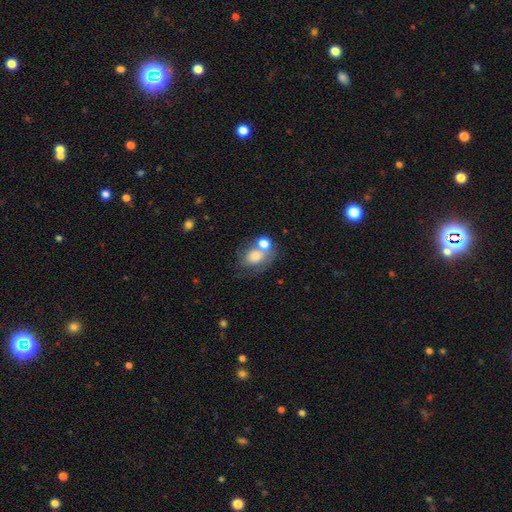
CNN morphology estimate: Smooth or featured? Predicted: smooth (p=0.70). How rounded? Predicted: in between (p=0.52). Merging? Predicted: merger (p=0.40).